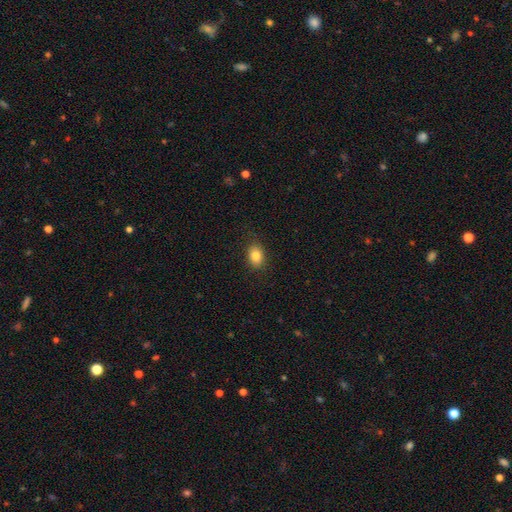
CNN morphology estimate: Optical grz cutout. It shows a smooth galaxy with no disk features (84%) that is in between round and cigar-shaped (73%). Merging: none (85%).